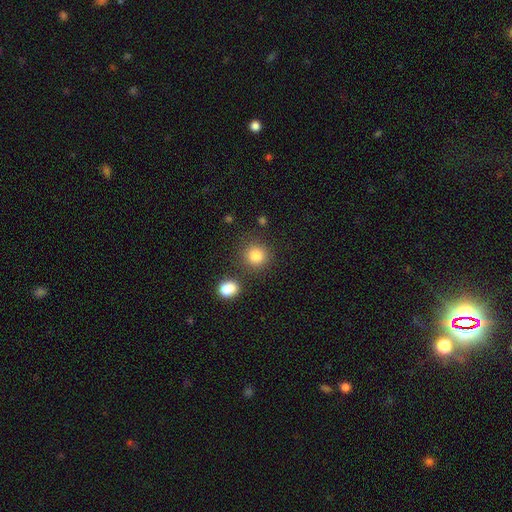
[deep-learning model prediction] Smooth or featured? Predicted: smooth (p=0.83). How rounded? Predicted: round (p=0.89). Merging? Predicted: none (p=0.79).